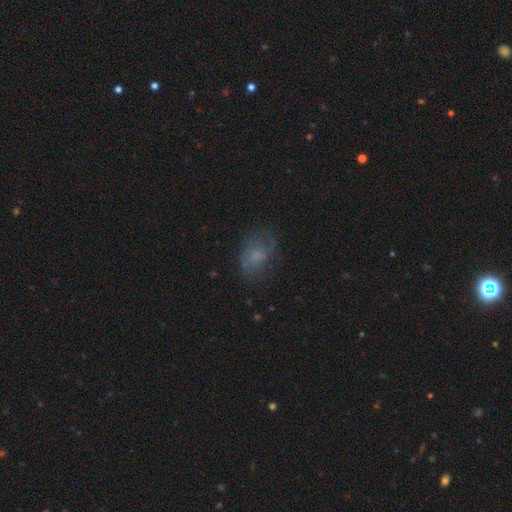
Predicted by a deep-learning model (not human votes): A smooth galaxy with no disk features (45%). Merging: none (63%).